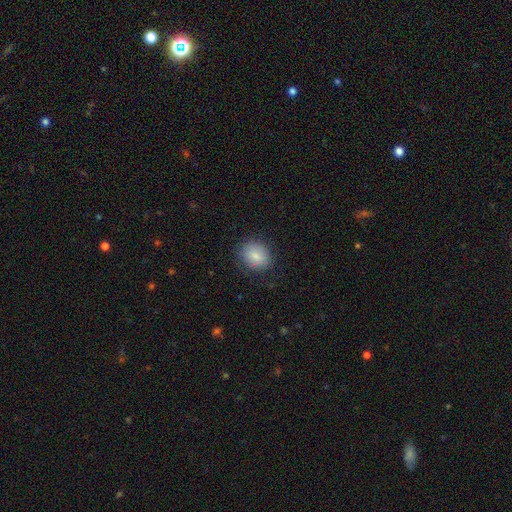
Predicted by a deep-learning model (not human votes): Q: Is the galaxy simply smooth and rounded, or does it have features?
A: smooth — 84%.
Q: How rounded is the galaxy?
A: round — 53%.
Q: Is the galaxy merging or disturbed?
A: none — 83%.